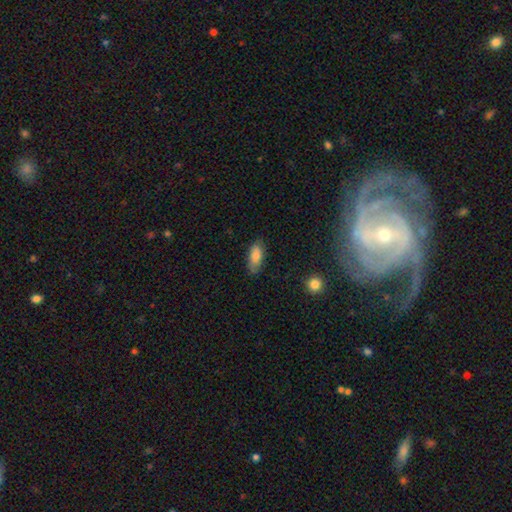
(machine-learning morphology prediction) A smooth galaxy with no disk features (83%) that is in between round and cigar-shaped (84%). Merging: none (78%).